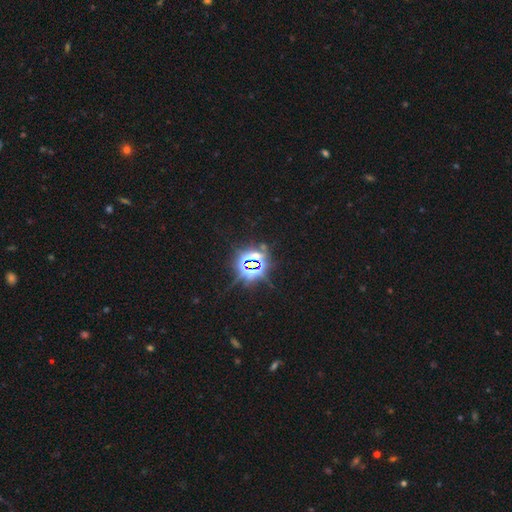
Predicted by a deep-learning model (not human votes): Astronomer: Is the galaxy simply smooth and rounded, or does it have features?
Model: star or artifact — 82%.